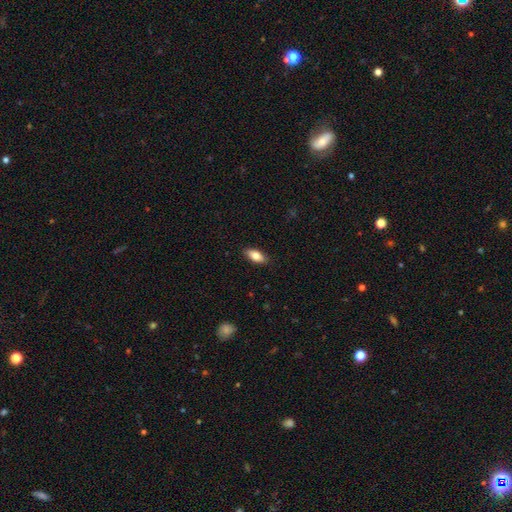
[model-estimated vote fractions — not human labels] smooth-or-featured: smooth: 78% | featured or disk: 15% | star or artifact: 6%
  how-rounded: in between: 86% | cigar-shaped: 11% | round: 3%
  merging: none: 88% | minor disturbance: 9% | major disturbance: 2% | merger: 1%